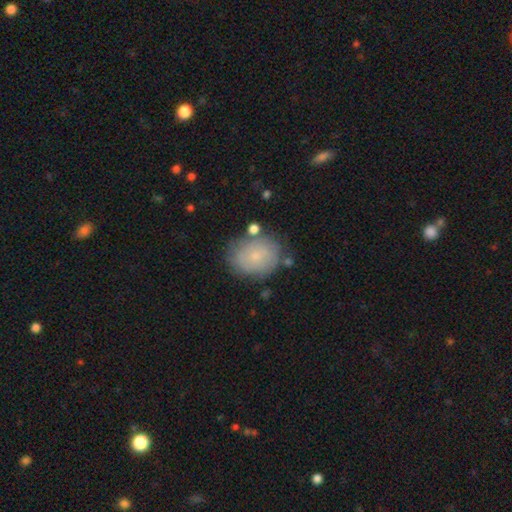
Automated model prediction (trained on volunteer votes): This appears to be a smooth galaxy with no disk features (65%) that is round (55%). Merging: none (71%).